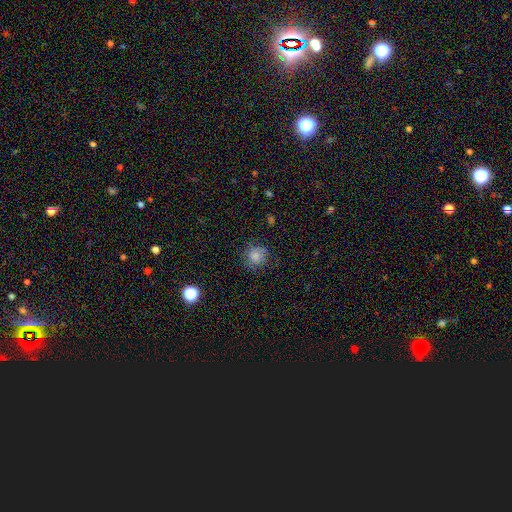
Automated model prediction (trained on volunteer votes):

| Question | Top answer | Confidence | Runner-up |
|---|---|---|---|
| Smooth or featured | smooth | 80% | star or artifact (12%) |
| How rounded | round | 89% | in between (10%) |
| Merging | none | 77% | minor disturbance (16%) |